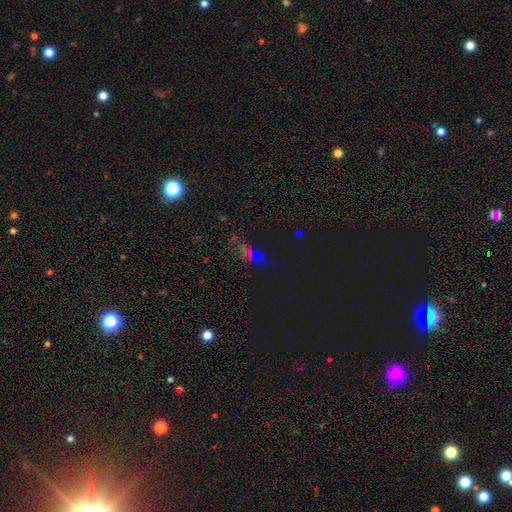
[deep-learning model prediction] The model was most divided on "smooth or featured": star or artifact: 52%, smooth: 39%, featured or disk: 9%.